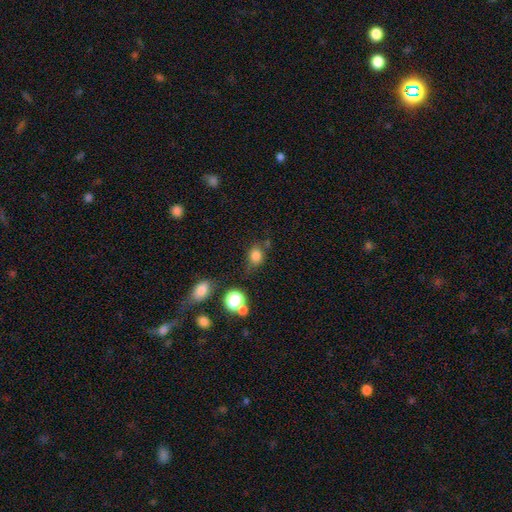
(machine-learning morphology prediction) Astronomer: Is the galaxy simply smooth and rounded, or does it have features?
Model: smooth — 79%.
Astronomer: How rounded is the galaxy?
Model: round — 55% (runner-up: in between, 44%).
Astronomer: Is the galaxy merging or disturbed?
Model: none — 63%.